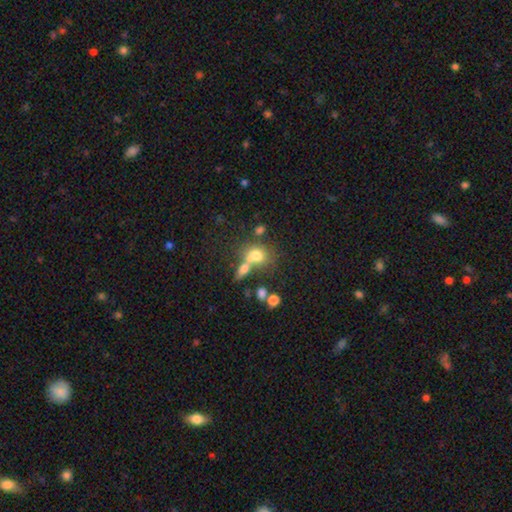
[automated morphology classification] Smooth or featured: smooth — 71% (featured or disk — 17%)
How rounded: round — 55% (in between — 43%)
Merging: merger — 47% (none — 36%)